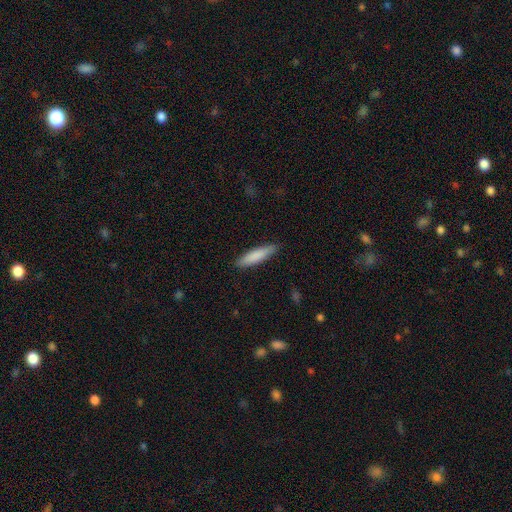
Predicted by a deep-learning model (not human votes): smooth_or_featured: smooth (p=0.83) [alt: featured or disk p=0.11]
how_rounded: cigar-shaped (p=0.79) [alt: in between p=0.20]
merging: none (p=0.88) [alt: minor disturbance p=0.09]